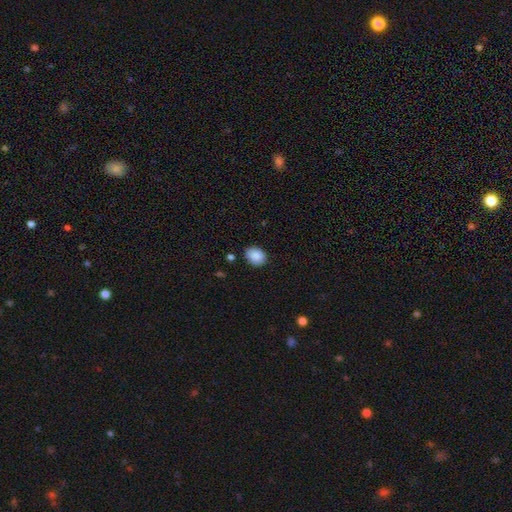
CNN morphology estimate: Smooth or featured? smooth (89%)
How rounded? in between (57%)
Merging? none (84%)